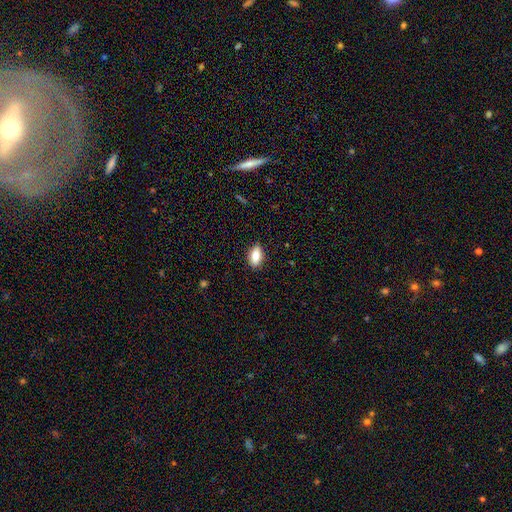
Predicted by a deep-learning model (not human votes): Overall: smooth (78%). How rounded: in between (88%). Merging: none (87%).